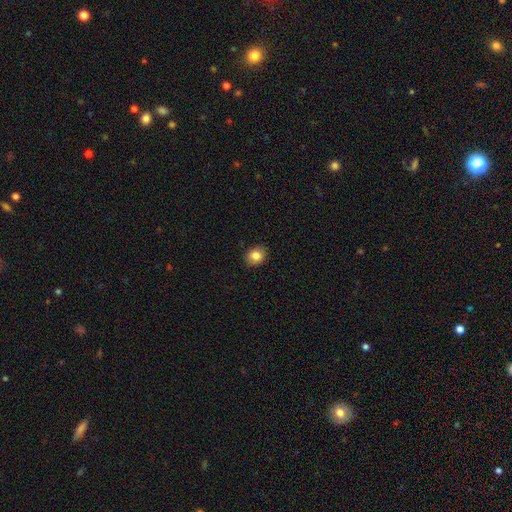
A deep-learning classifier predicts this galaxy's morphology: Smooth or featured?
  - smooth: 84% *
  - star or artifact: 10%
  - featured or disk: 6%
How rounded?
  - round: 65% *
  - in between: 34%
  - cigar-shaped: 1%
Merging?
  - none: 89% *
  - minor disturbance: 8%
  - major disturbance: 2%
  - merger: 1%